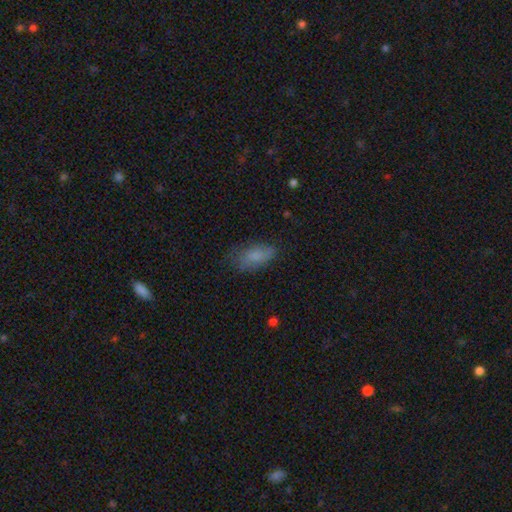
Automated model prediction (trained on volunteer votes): Morphology: type=smooth (78%); roundness=in between (88%); merging=none (63%).